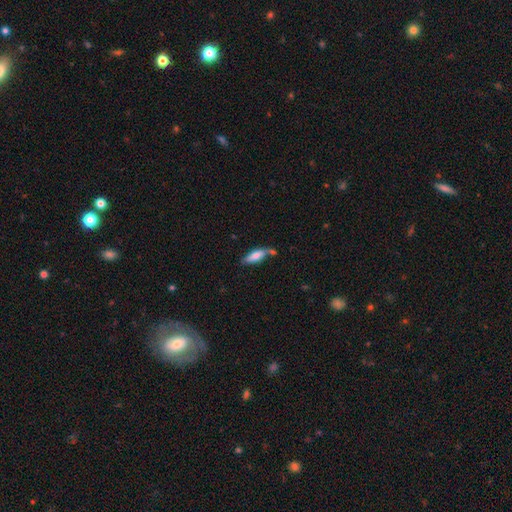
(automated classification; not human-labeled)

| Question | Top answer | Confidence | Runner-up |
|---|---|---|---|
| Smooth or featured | smooth | 70% | featured or disk (23%) |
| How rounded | in between | 51% | cigar-shaped (46%) |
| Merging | none | 53% | minor disturbance (23%) |